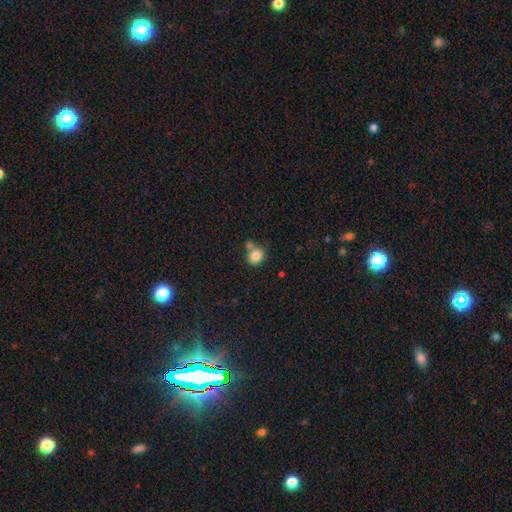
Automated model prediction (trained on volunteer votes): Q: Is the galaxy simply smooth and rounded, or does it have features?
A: smooth — 83%.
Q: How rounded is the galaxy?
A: round — 61%.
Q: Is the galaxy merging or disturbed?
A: none — 55%.